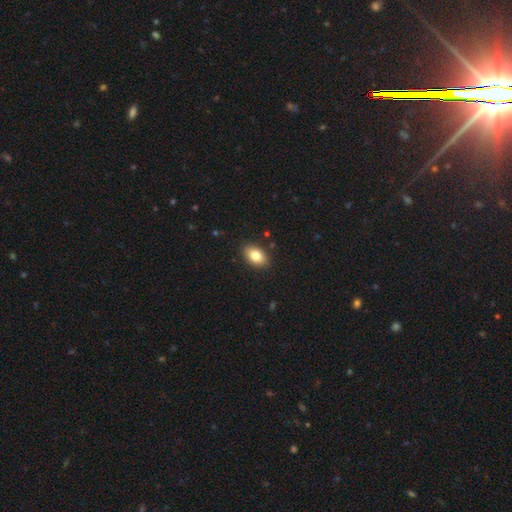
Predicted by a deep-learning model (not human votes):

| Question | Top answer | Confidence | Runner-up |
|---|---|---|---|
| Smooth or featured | smooth | 81% | featured or disk (11%) |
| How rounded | in between | 90% | round (9%) |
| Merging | none | 88% | minor disturbance (9%) |